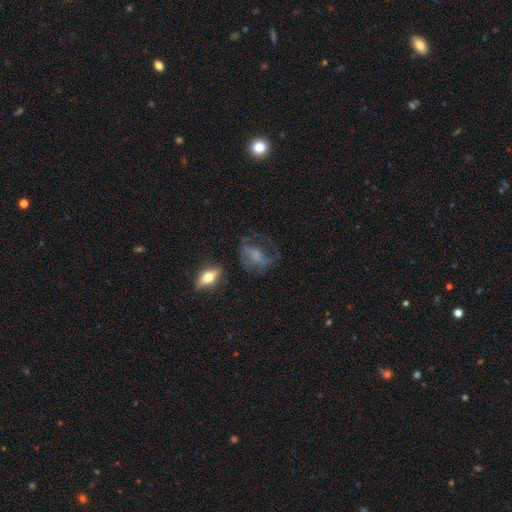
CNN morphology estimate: Smooth or featured? featured or disk (47%)
Merging? none (41%)